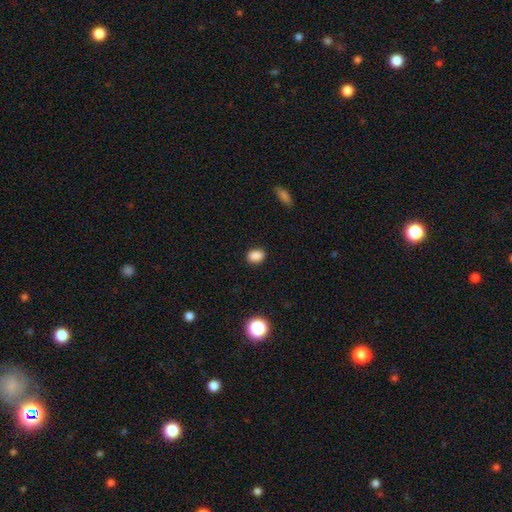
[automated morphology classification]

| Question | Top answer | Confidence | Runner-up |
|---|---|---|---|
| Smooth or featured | smooth | 86% | star or artifact (10%) |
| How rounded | in between | 71% | round (28%) |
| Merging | none | 86% | minor disturbance (10%) |